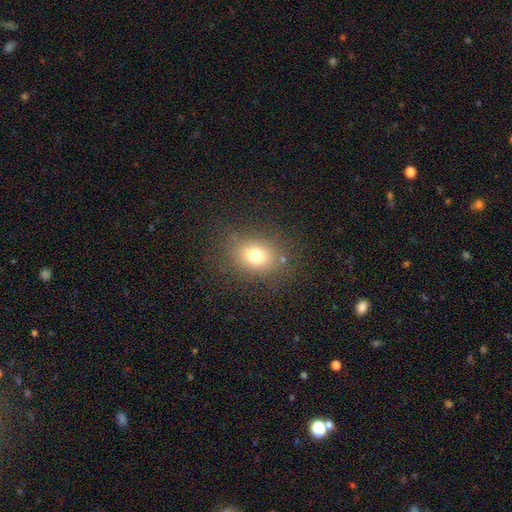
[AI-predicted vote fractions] smooth_or_featured: smooth (p=0.73) [alt: star or artifact p=0.15]
how_rounded: in between (p=0.50) [alt: round p=0.49]
merging: none (p=0.80) [alt: minor disturbance p=0.12]